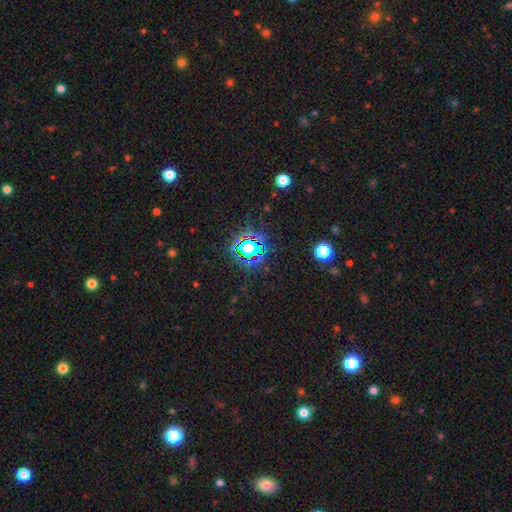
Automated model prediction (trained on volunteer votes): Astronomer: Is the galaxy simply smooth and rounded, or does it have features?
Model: star or artifact — 80%.